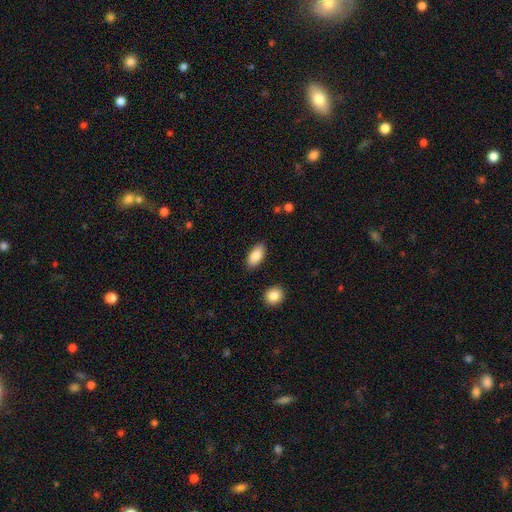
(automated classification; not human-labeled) A smooth galaxy with no disk features (88%) that is in between round and cigar-shaped (92%).

Vote fractions:
- Smooth or featured? smooth: 88% / star or artifact: 6% / featured or disk: 6%
- How rounded? in between: 92% / cigar-shaped: 5% / round: 3%
- Merging? none: 87% / minor disturbance: 9% / major disturbance: 2% / merger: 2%